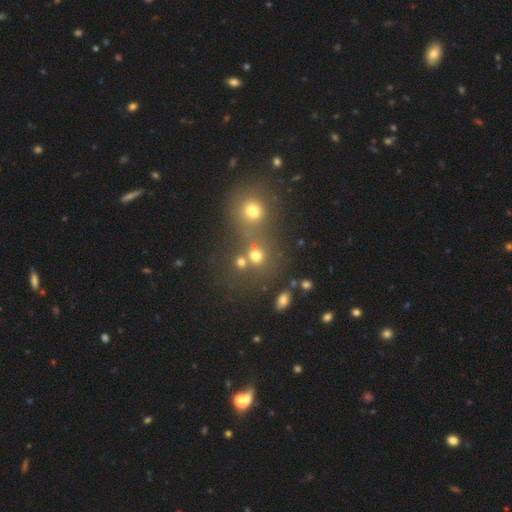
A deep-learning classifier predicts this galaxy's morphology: Q: Smooth or featured?
A: smooth (73%); runner-up: star or artifact (18%)
Q: How rounded?
A: round (81%); runner-up: in between (17%)
Q: Merging?
A: none (52%); runner-up: merger (35%)